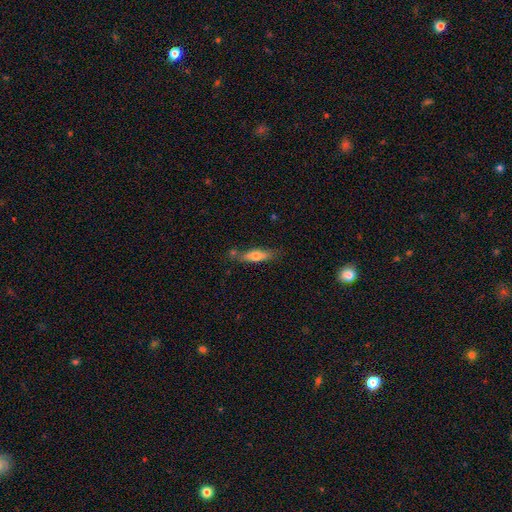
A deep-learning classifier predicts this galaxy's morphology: The model was most divided on "how rounded": cigar-shaped: 57%, in between: 41%, round: 2%. More confident: smooth or featured — smooth (67%); merging — none (66%).